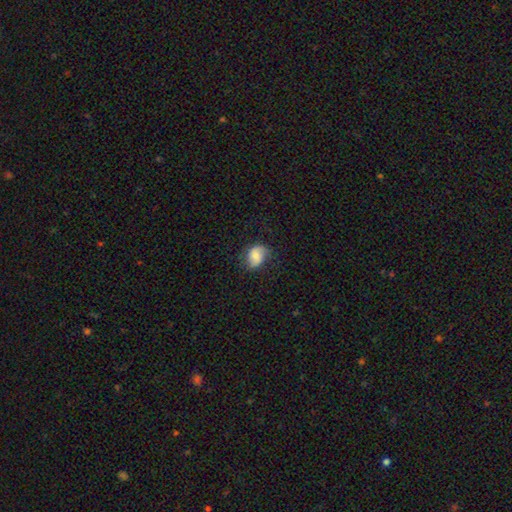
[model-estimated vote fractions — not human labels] This appears to be a smooth galaxy with no disk features (70%) that is in between round and cigar-shaped (63%). Merging: none (66%).